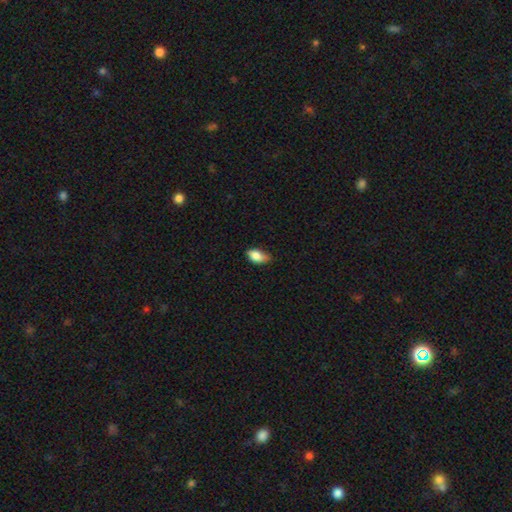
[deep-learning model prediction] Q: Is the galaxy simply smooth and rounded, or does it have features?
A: smooth — 85%.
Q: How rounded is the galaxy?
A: in between — 91%.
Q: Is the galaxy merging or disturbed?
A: none — 52%.